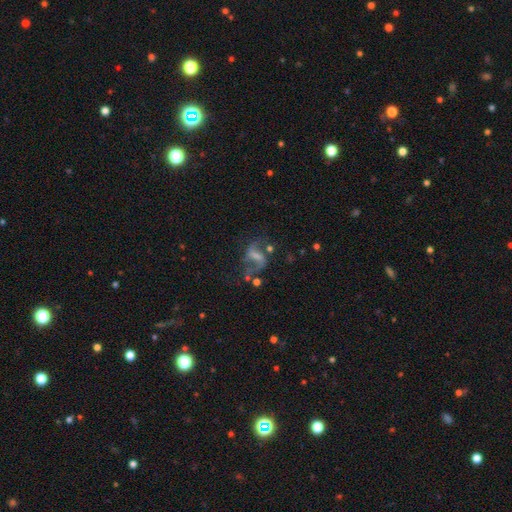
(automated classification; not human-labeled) This is likely a featured or disk galaxy (73%). It is clearly not viewed edge-on (96%). Bar: marginally weak (43%). Spiral arm pattern: clearly yes (85%). Spiral arm count: clearly 2 (86%). Spiral winding: likely loose (67%). Central bulge: marginally none (38%). Merging: possibly none (49%).